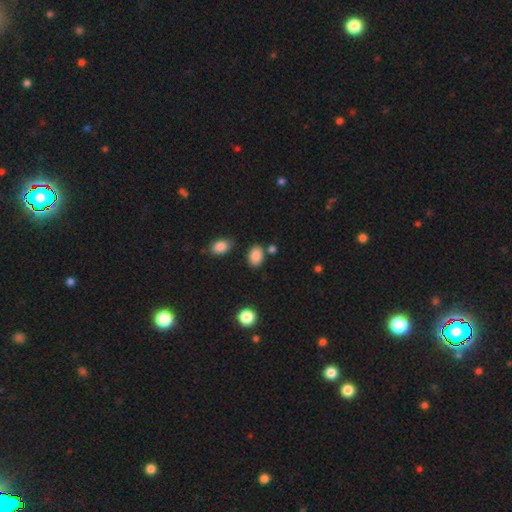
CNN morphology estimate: A smooth galaxy with no disk features (86%) that is in between round and cigar-shaped (79%).

Vote fractions:
- Smooth or featured? smooth: 86% / star or artifact: 9% / featured or disk: 5%
- How rounded? in between: 79% / round: 20% / cigar-shaped: 1%
- Merging? none: 77% / minor disturbance: 13% / merger: 7% / major disturbance: 3%